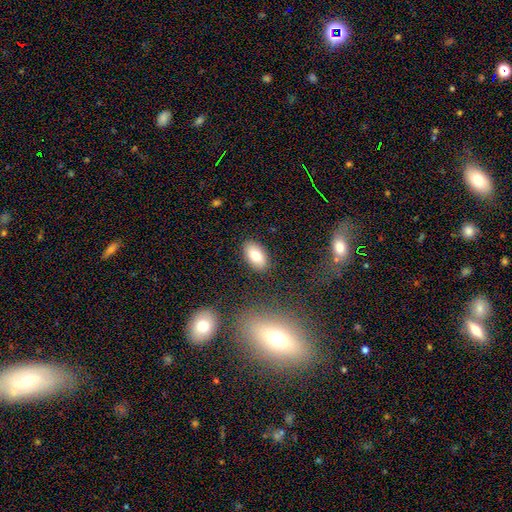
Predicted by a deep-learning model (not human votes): smooth_or_featured: smooth (p=0.78) [alt: featured or disk p=0.14]
how_rounded: in between (p=0.92) [alt: round p=0.05]
merging: none (p=0.87) [alt: minor disturbance p=0.09]